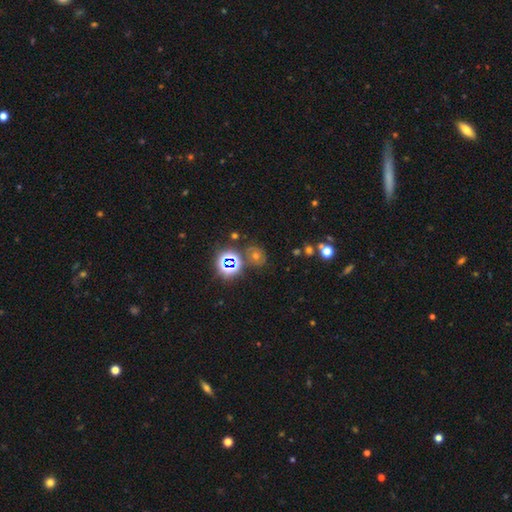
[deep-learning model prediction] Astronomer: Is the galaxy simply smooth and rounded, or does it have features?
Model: star or artifact — 52% (runner-up: smooth, 34%).